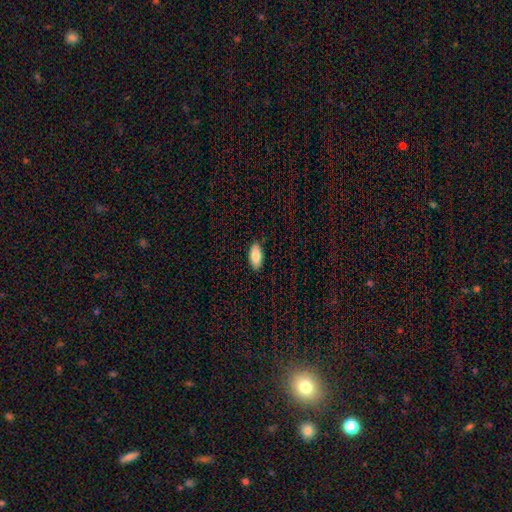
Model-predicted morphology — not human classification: smooth-or-featured: smooth: 85% | featured or disk: 9% | star or artifact: 6%
  how-rounded: in between: 91% | cigar-shaped: 7% | round: 2%
  merging: none: 89% | minor disturbance: 9% | major disturbance: 2% | merger: 1%